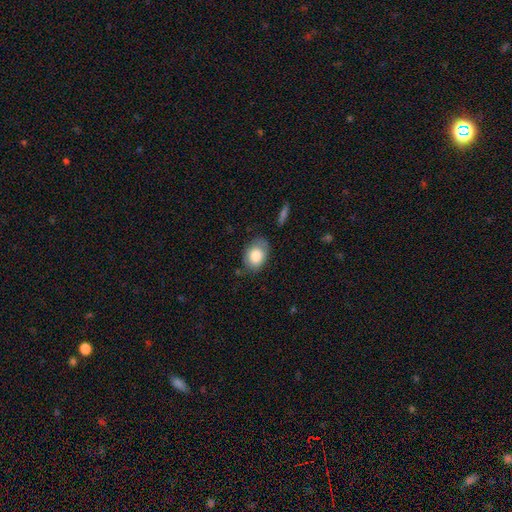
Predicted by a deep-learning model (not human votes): Morphology: type=smooth (82%); roundness=in between (76%); merging=none (72%).